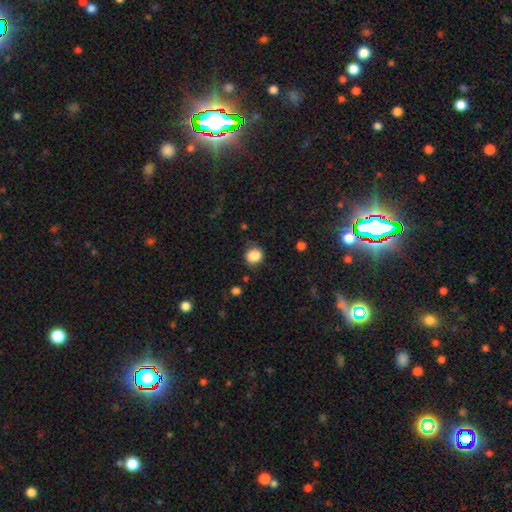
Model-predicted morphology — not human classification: The model was most divided on "how rounded": round: 71%, in between: 28%, cigar-shaped: 1%. More confident: smooth or featured — smooth (86%); merging — none (71%).